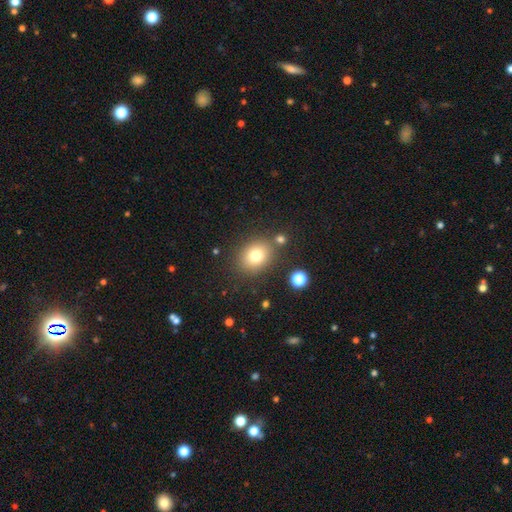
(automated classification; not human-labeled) Morphology: type=smooth (77%); roundness=round (59%); merging=none (80%).